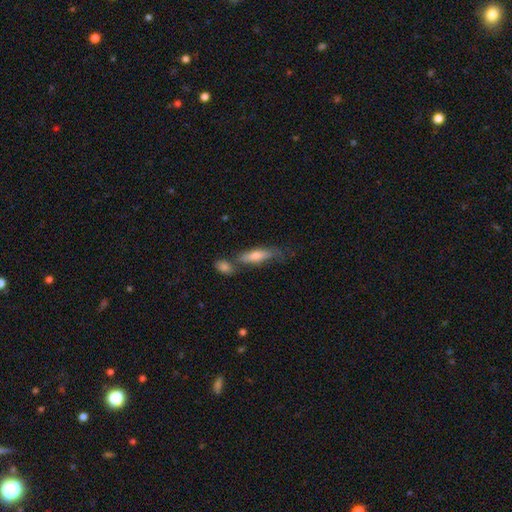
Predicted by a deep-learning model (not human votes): Overall: smooth (56%; featured or disk 36%). How rounded: cigar-shaped (68%; in between 29%). Merging: none (51%; merger 26%).